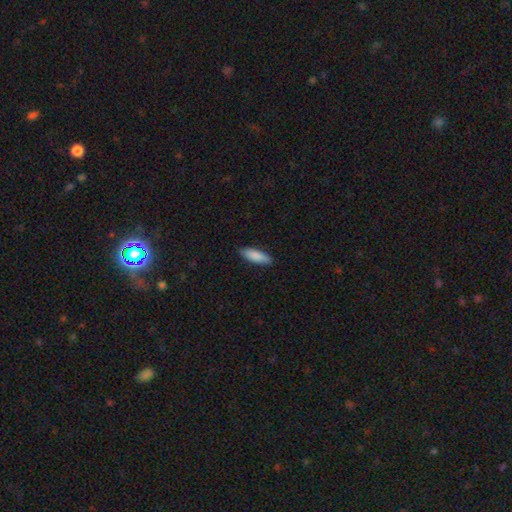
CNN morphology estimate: This is clearly a smooth galaxy (85%). How rounded: possibly in between (58%). Merging: clearly none (86%).